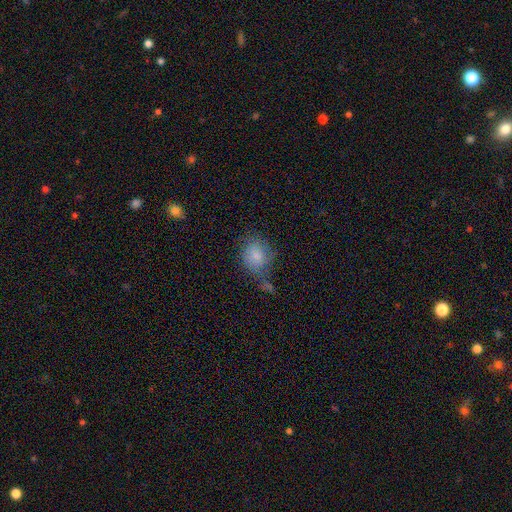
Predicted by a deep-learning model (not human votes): Smooth or featured? smooth (78%)
How rounded? round (51%)
Merging? none (43%)